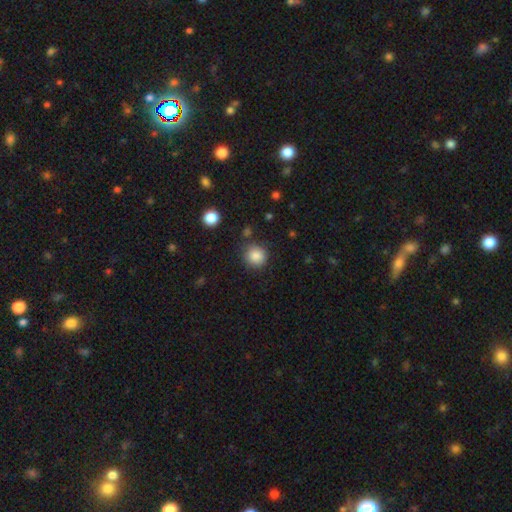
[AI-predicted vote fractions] Smooth or featured: smooth — 86% (star or artifact — 10%)
How rounded: round — 90% (in between — 9%)
Merging: none — 83% (minor disturbance — 10%)